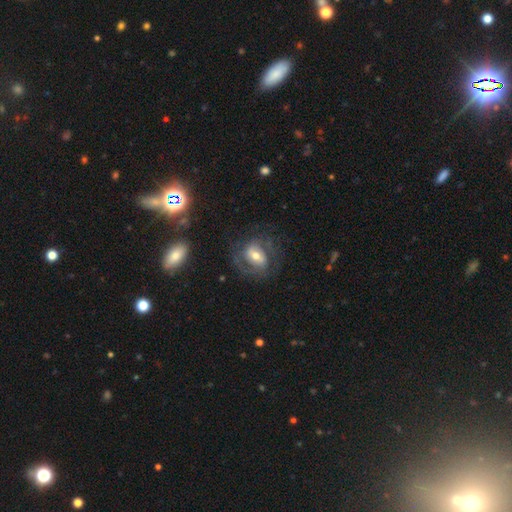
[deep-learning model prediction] Smooth or featured? Predicted: featured or disk (p=0.63). Edge-on disk? Predicted: no (p=0.95). Bar? Predicted: weak (p=0.42). Spiral arms? Predicted: yes (p=0.75). Bulge size? Predicted: moderate (p=0.67). Merging? Predicted: none (p=0.62).